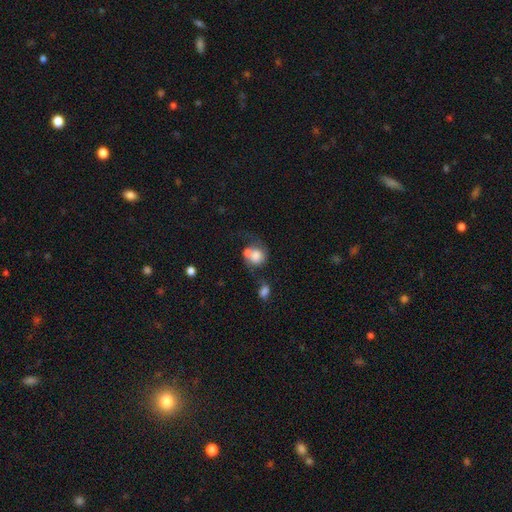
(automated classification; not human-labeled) Q: Smooth or featured?
A: smooth (65%); runner-up: featured or disk (26%)
Q: How rounded?
A: round (77%); runner-up: in between (22%)
Q: Merging?
A: merger (44%); runner-up: none (27%)